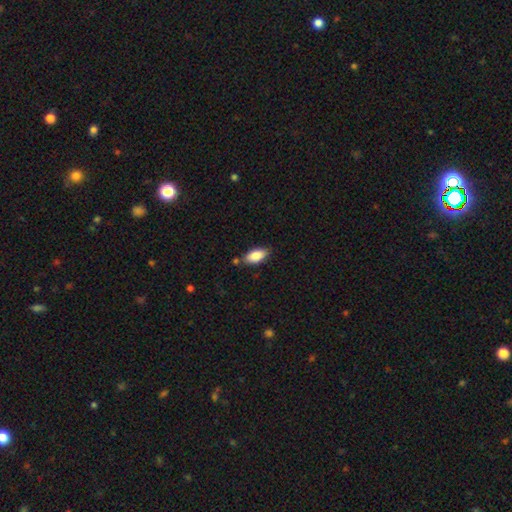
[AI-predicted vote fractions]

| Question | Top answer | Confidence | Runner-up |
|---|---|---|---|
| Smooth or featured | smooth | 85% | featured or disk (8%) |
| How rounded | in between | 90% | cigar-shaped (8%) |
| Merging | none | 79% | minor disturbance (14%) |